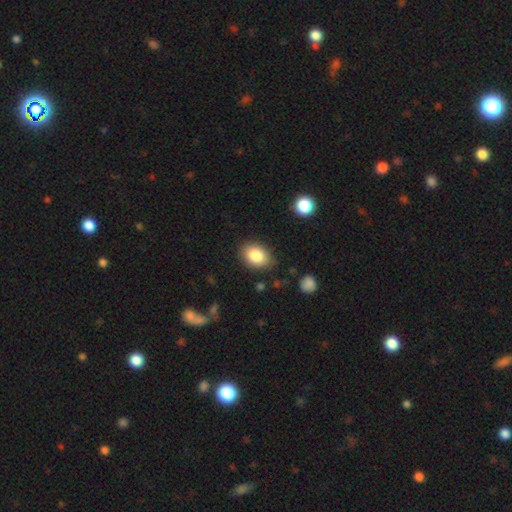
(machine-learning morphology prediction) Smooth or featured: smooth — 85% (featured or disk — 8%)
How rounded: in between — 80% (round — 19%)
Merging: none — 83% (minor disturbance — 12%)